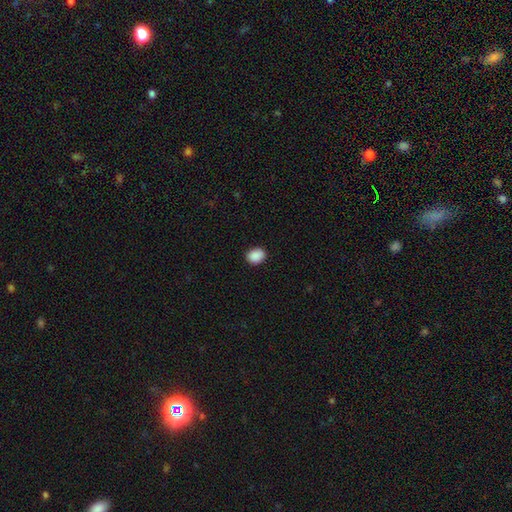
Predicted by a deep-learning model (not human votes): Overall: smooth (90%). How rounded: in between (53%; round 46%). Merging: none (88%).